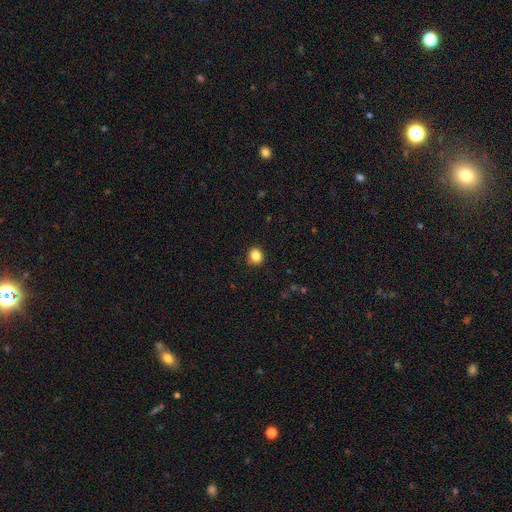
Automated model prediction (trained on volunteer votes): A smooth galaxy with no disk features (86%) that is round (72%).

Vote fractions:
- Smooth or featured? smooth: 86% / star or artifact: 10% / featured or disk: 4%
- How rounded? round: 72% / in between: 27% / cigar-shaped: 1%
- Merging? none: 86% / minor disturbance: 11% / major disturbance: 2% / merger: 1%